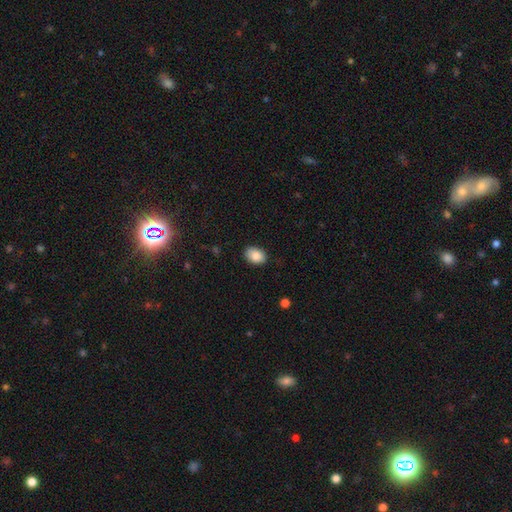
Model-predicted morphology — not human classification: Smooth or featured? smooth (88%)
How rounded? in between (81%)
Merging? none (86%)